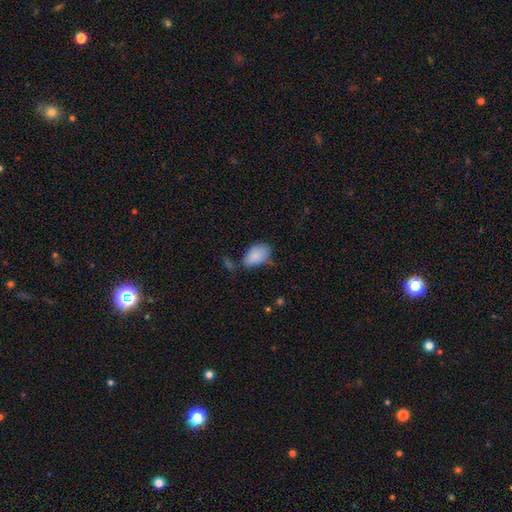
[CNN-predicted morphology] smooth_or_featured: smooth (p=0.86) [alt: star or artifact p=0.07]
how_rounded: in between (p=0.92) [alt: round p=0.06]
merging: none (p=0.52) [alt: minor disturbance p=0.30]